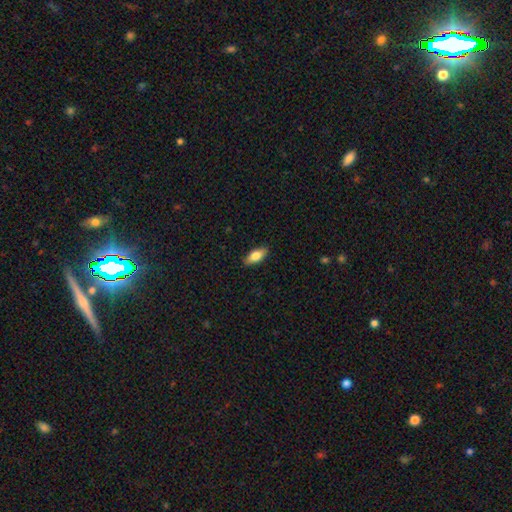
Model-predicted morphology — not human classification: smooth 78%, featured or disk 16%, star or artifact 6%. Down the decision tree: how rounded — in between (82%); merging — none (88%).